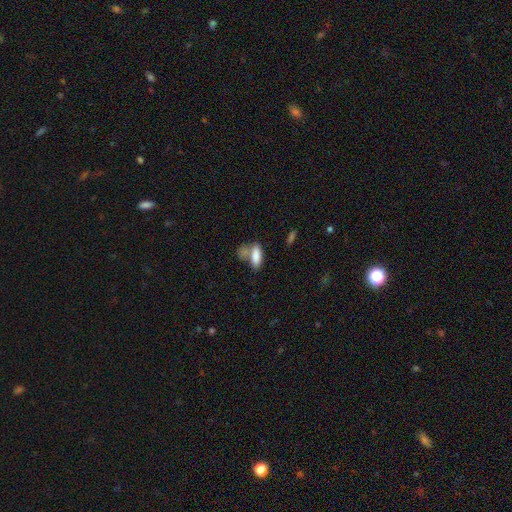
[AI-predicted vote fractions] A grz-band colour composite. It shows a smooth galaxy with no disk features (81%) that is in between round and cigar-shaped (78%). Merging: merger (39%).